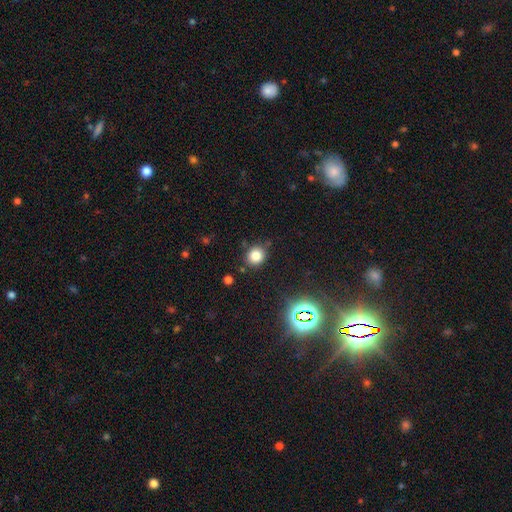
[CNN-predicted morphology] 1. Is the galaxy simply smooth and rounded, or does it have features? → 79% smooth, 15% star or artifact, 6% featured or disk.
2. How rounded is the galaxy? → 79% round, 20% in between, 1% cigar-shaped.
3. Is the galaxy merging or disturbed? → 82% none, 11% minor disturbance, 4% merger, 3% major disturbance.